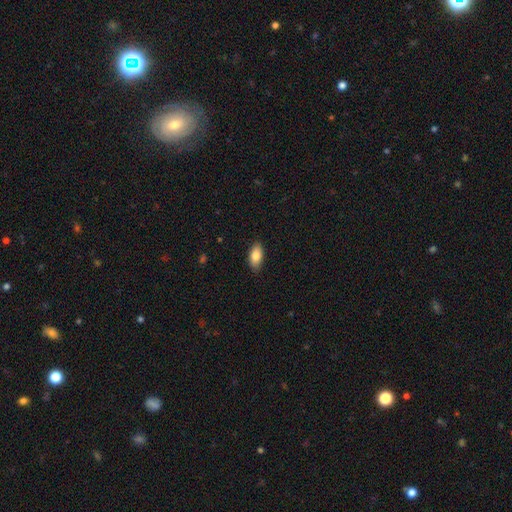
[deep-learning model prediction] Overall: smooth (83%). How rounded: in between (92%). Merging: none (87%).